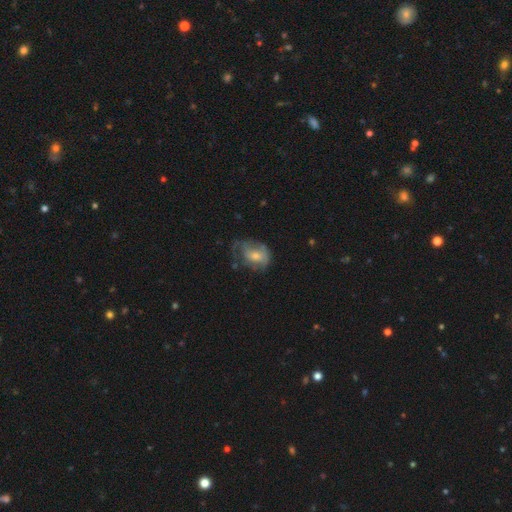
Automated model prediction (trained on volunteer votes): smooth-or-featured: featured or disk: 47% | smooth: 45% | star or artifact: 8%
  merging: major disturbance: 35% | none: 34% | minor disturbance: 29% | merger: 2%